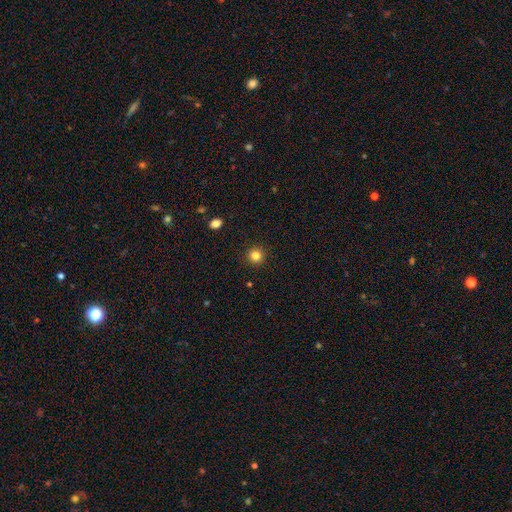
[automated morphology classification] Smooth or featured: smooth — 83% (star or artifact — 12%)
How rounded: round — 95% (in between — 4%)
Merging: none — 93% (minor disturbance — 5%)